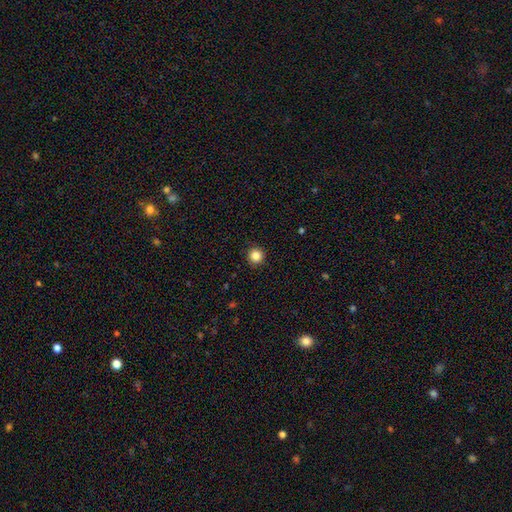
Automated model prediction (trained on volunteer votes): A smooth galaxy with no disk features (85%) that is round (95%). Merging: none (93%).